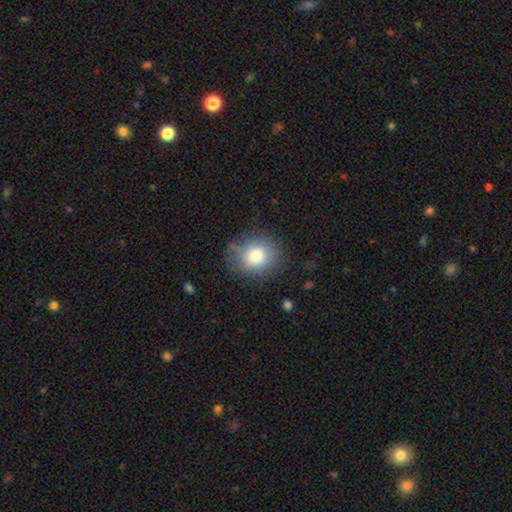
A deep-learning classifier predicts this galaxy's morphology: This is clearly a smooth galaxy (81%). How rounded: likely round (75%). Merging: likely none (75%).